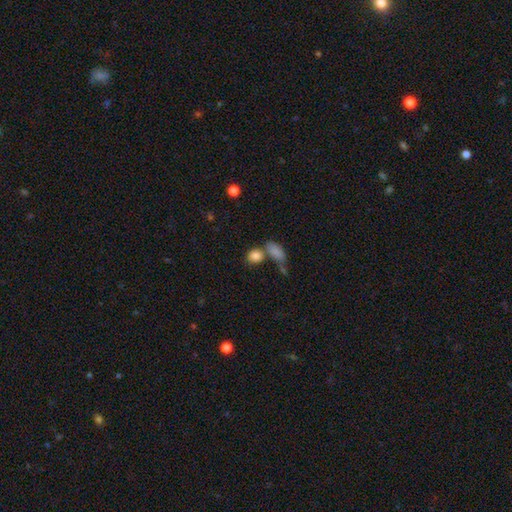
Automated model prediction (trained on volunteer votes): smooth_or_featured: smooth (p=0.85) [alt: star or artifact p=0.09]
how_rounded: round (p=0.53) [alt: in between p=0.45]
merging: none (p=0.52) [alt: merger p=0.32]